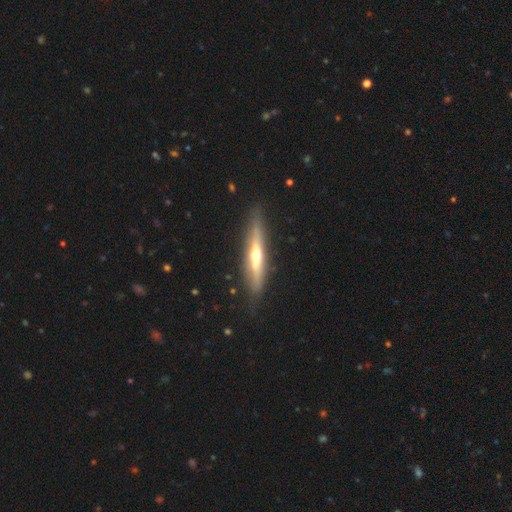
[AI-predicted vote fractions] Morphology: type=featured or disk (66%); edge-on=yes (91%); edge-on bulge=rounded (86%); merging=none (84%).